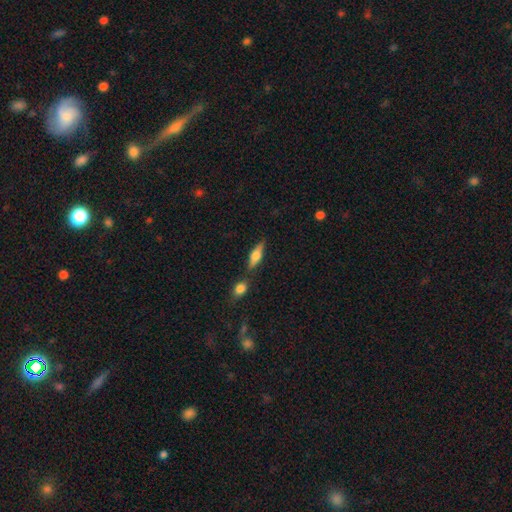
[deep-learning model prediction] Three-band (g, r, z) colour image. It shows a smooth galaxy with no disk features (52%) that is in between round and cigar-shaped (52%). Merging: none (71%).